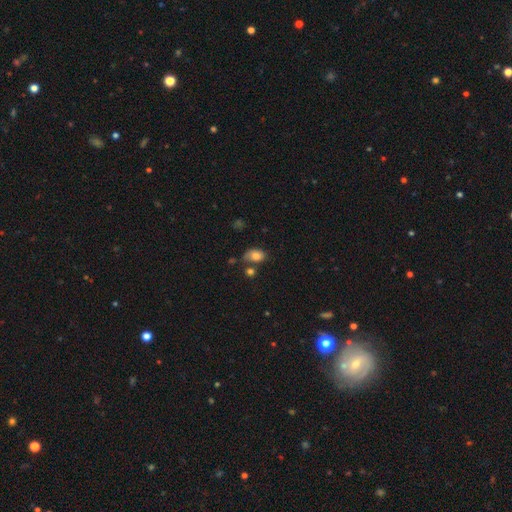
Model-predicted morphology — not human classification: Q: Smooth or featured?
A: smooth (76%); runner-up: featured or disk (13%)
Q: How rounded?
A: in between (80%); runner-up: round (19%)
Q: Merging?
A: none (51%); runner-up: minor disturbance (24%)